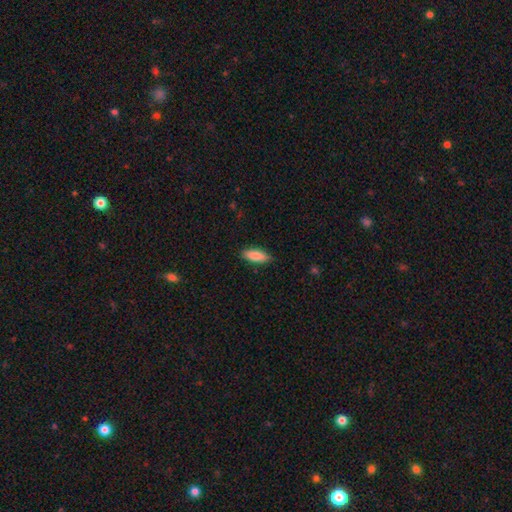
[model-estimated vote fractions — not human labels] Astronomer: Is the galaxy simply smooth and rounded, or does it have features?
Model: smooth — 87%.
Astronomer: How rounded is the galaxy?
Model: in between — 69%.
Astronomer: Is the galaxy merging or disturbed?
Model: none — 85%.